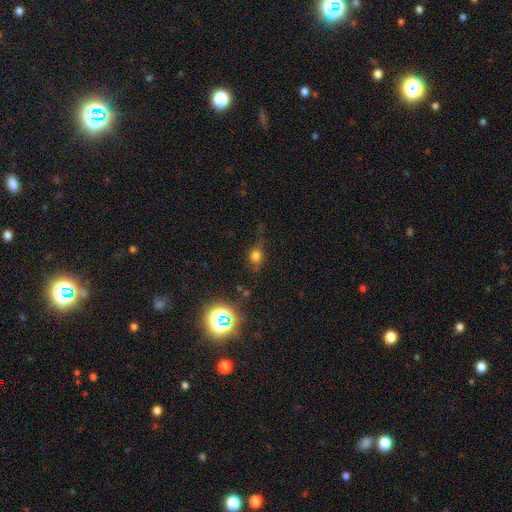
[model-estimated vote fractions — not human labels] smooth_or_featured: smooth (p=0.65) [alt: star or artifact p=0.22]
how_rounded: round (p=0.59) [alt: in between p=0.37]
merging: none (p=0.56) [alt: minor disturbance p=0.24]